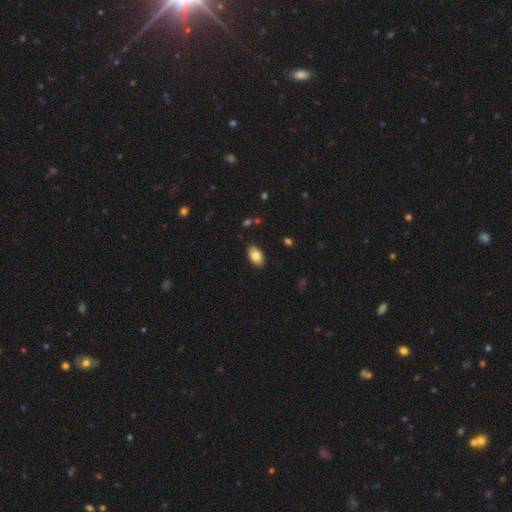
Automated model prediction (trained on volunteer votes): Smooth or featured: smooth — 81% (featured or disk — 12%)
How rounded: in between — 93% (round — 5%)
Merging: none — 89% (minor disturbance — 8%)